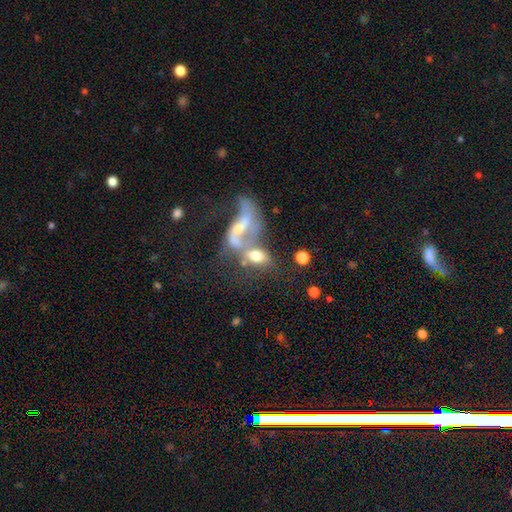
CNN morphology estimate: Smooth or featured? smooth (52%)
How rounded? in between (81%)
Merging? merger (59%)